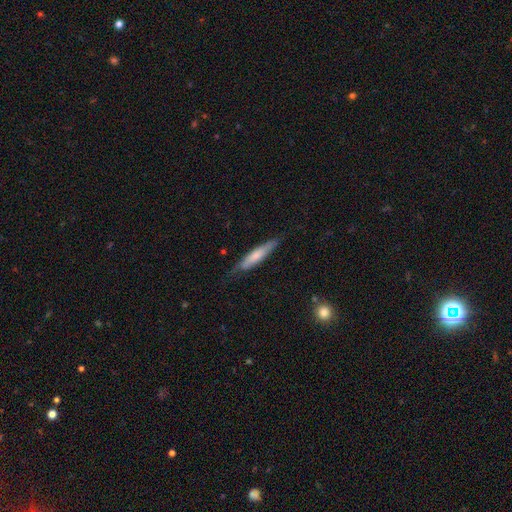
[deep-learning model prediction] The model was most divided on "smooth or featured": smooth: 63%, featured or disk: 32%, star or artifact: 5%. More confident: how rounded — cigar-shaped (86%); merging — none (77%).